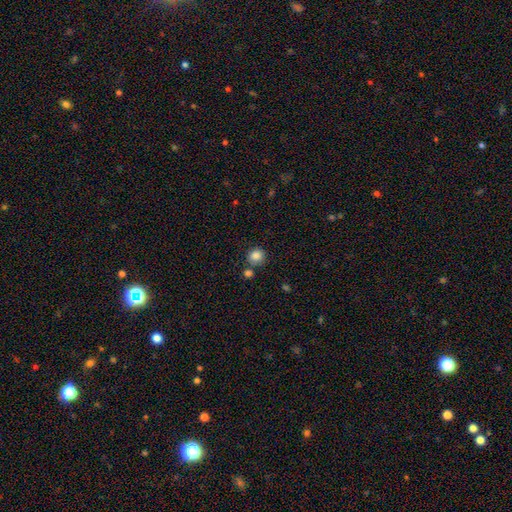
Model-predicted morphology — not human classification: Smooth or featured? Predicted: smooth (p=0.85). How rounded? Predicted: round (p=0.87). Merging? Predicted: none (p=0.74).